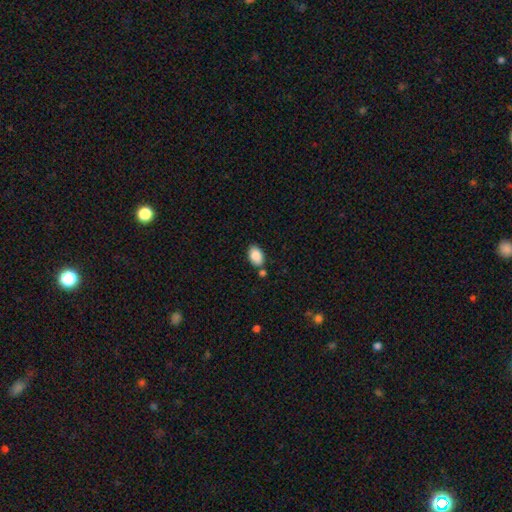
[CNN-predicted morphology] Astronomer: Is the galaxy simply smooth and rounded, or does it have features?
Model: smooth — 87%.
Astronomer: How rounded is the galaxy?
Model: in between — 90%.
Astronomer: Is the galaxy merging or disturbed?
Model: none — 76%.